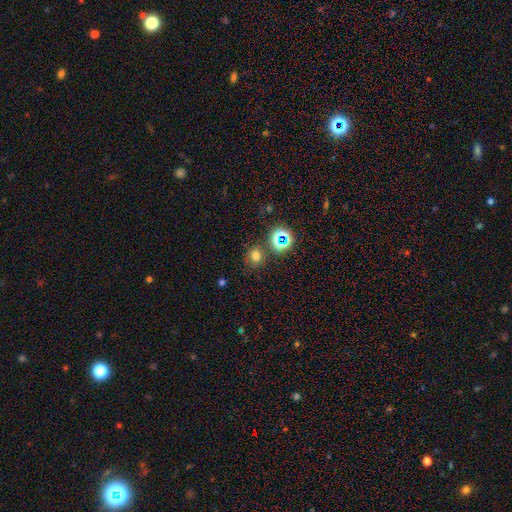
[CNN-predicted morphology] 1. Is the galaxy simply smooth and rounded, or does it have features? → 66% smooth, 26% star or artifact, 8% featured or disk.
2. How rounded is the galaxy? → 72% round, 27% in between, 1% cigar-shaped.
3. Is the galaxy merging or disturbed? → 77% none, 12% minor disturbance, 7% merger, 4% major disturbance.